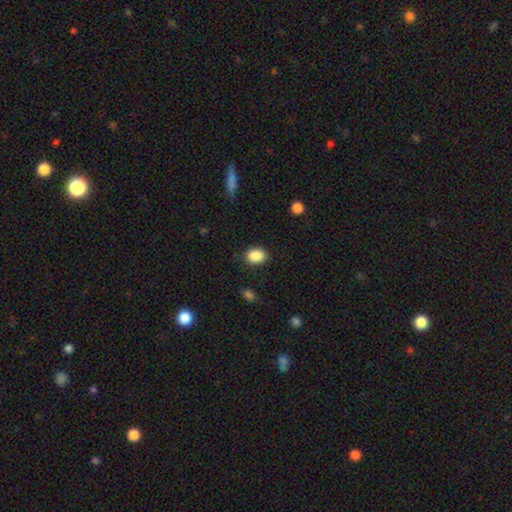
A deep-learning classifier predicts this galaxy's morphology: smooth_or_featured: smooth (p=0.89) [alt: star or artifact p=0.08]
how_rounded: in between (p=0.58) [alt: round p=0.41]
merging: none (p=0.87) [alt: minor disturbance p=0.09]